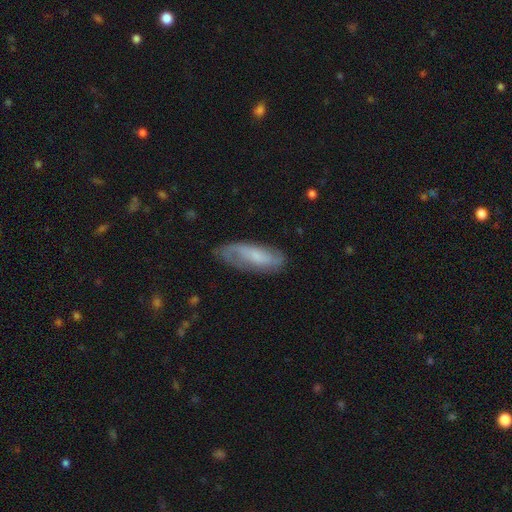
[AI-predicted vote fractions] Morphology: type=featured or disk (58%); edge-on=no (86%); merging=none (65%).